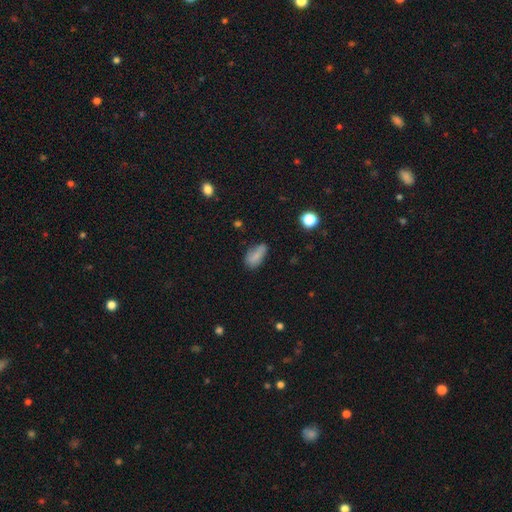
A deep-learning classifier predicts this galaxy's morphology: A smooth galaxy with no disk features (79%) that is in between round and cigar-shaped (87%). Merging: none (60%).